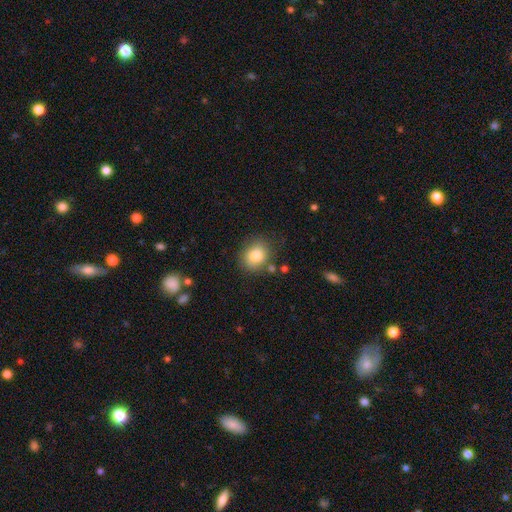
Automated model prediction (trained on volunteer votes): Smooth or featured? Predicted: smooth (p=0.80). How rounded? Predicted: round (p=0.71). Merging? Predicted: none (p=0.80).